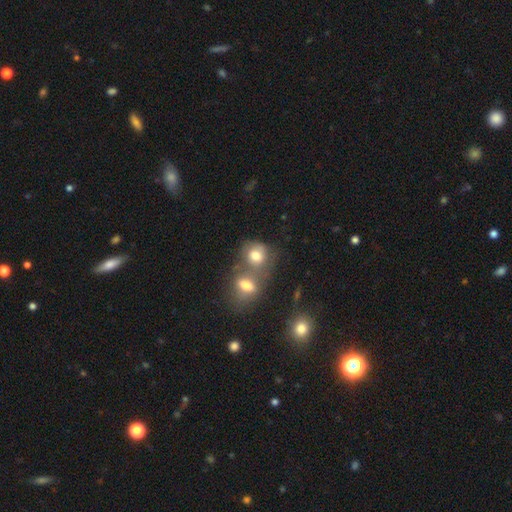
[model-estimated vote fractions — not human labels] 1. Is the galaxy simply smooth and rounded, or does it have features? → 72% smooth, 17% featured or disk, 11% star or artifact.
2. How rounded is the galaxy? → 60% round, 38% in between, 2% cigar-shaped.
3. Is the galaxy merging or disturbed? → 54% merger, 29% none, 10% minor disturbance, 6% major disturbance.